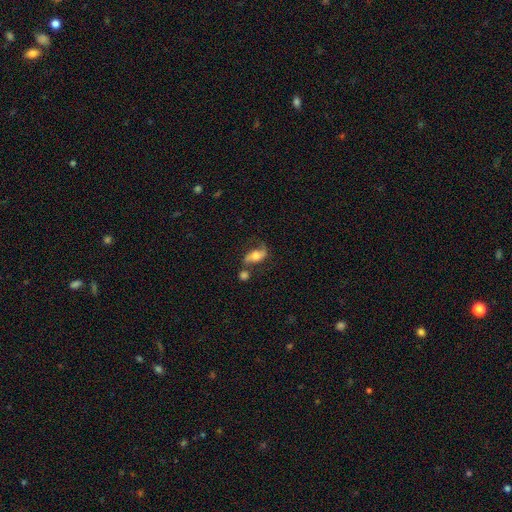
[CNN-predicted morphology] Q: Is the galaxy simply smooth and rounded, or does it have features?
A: featured or disk — 59%.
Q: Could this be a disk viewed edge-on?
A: no — 87%.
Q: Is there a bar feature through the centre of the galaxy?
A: no — 57%.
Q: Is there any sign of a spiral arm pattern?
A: yes — 84%.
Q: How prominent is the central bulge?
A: moderate — 60%.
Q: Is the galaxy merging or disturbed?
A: none — 50%.